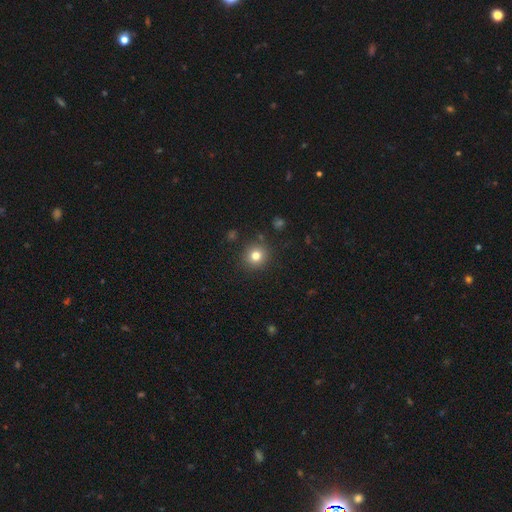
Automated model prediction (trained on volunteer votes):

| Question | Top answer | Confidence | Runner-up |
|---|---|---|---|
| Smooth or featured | smooth | 80% | star or artifact (13%) |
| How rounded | round | 90% | in between (9%) |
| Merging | none | 89% | minor disturbance (7%) |